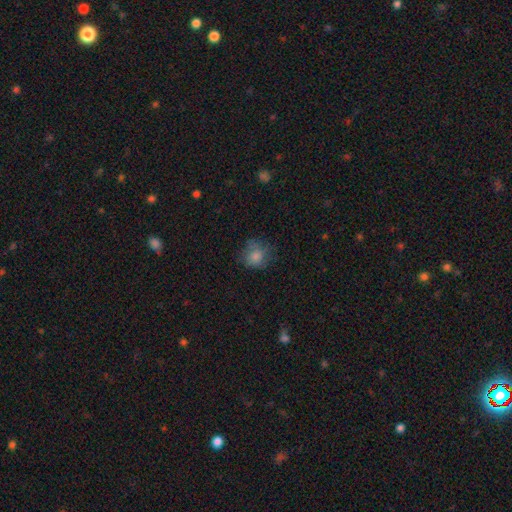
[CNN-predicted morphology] A smooth galaxy with no disk features (79%) that is round (80%).

Vote fractions:
- Smooth or featured? smooth: 79% / featured or disk: 10% / star or artifact: 10%
- How rounded? round: 80% / in between: 19% / cigar-shaped: 1%
- Merging? none: 65% / minor disturbance: 23% / major disturbance: 11% / merger: 1%